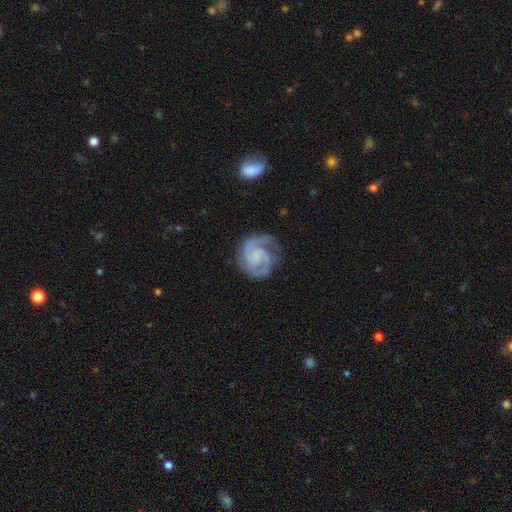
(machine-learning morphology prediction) Smooth or featured? Predicted: featured or disk (p=0.89). Edge-on disk? Predicted: no (p=0.98). Bar? Predicted: no (p=0.56). Spiral arms? Predicted: yes (p=0.98). Spiral winding? Predicted: tight (p=0.47). Spiral arm count? Predicted: 2 (p=0.81). Bulge size? Predicted: none (p=0.44). Merging? Predicted: none (p=0.74).